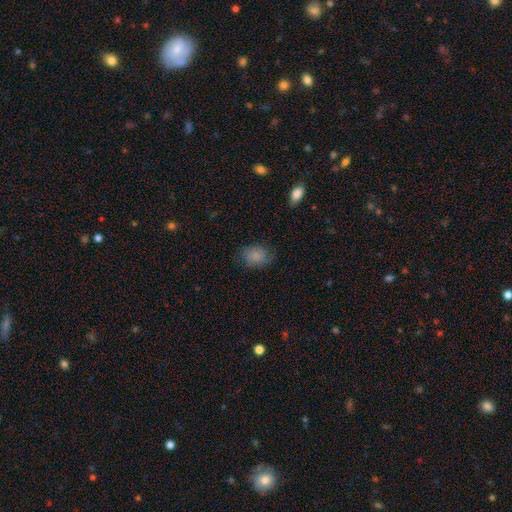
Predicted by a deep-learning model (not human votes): A smooth galaxy with no disk features (82%) that is in between round and cigar-shaped (60%).

Vote fractions:
- Smooth or featured? smooth: 82% / featured or disk: 9% / star or artifact: 9%
- How rounded? in between: 60% / round: 39% / cigar-shaped: 1%
- Merging? none: 72% / minor disturbance: 21% / major disturbance: 6% / merger: 1%